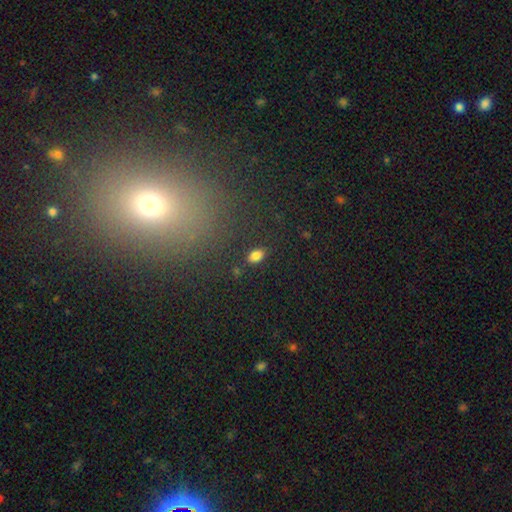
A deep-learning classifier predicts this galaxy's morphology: type=smooth (82%); roundness=in between (89%); merging=none (85%).